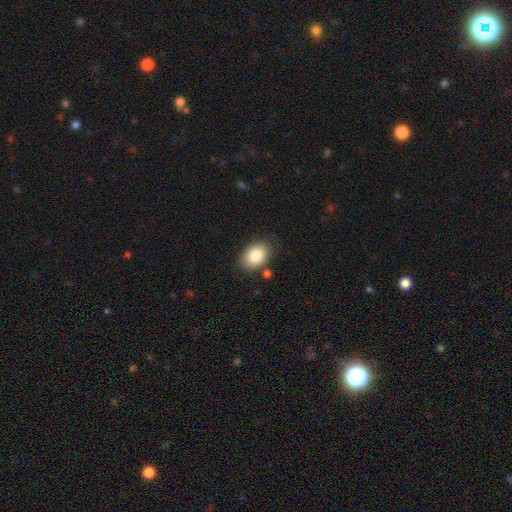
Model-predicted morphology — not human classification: type=smooth (85%); roundness=in between (80%); merging=none (79%).